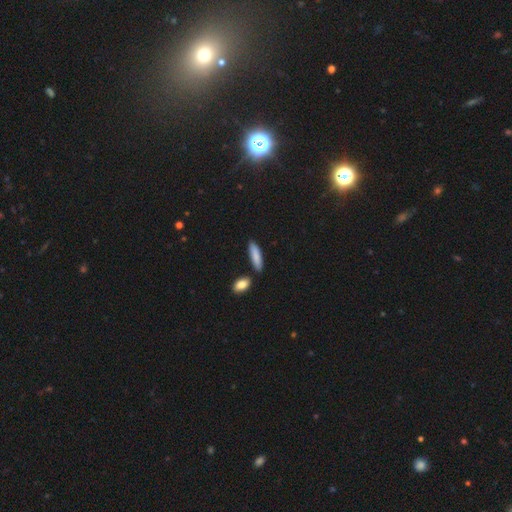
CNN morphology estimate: Q: Smooth or featured?
A: smooth (86%); runner-up: featured or disk (9%)
Q: How rounded?
A: cigar-shaped (64%); runner-up: in between (34%)
Q: Merging?
A: none (81%); runner-up: minor disturbance (10%)